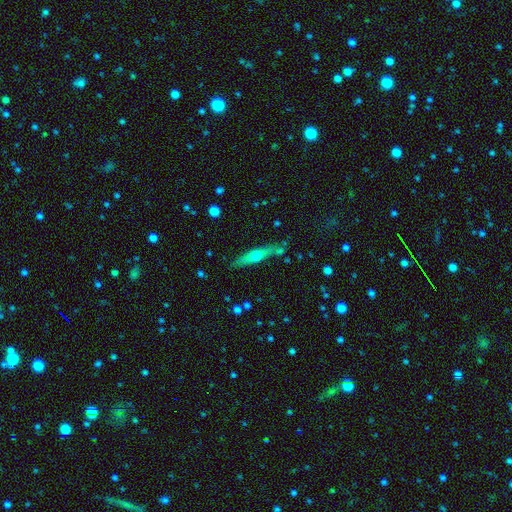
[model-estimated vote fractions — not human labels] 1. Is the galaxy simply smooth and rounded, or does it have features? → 53% featured or disk, 40% smooth, 7% star or artifact.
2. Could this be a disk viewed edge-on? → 92% yes, 8% no.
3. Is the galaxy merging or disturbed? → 78% none, 14% minor disturbance, 5% merger, 3% major disturbance.